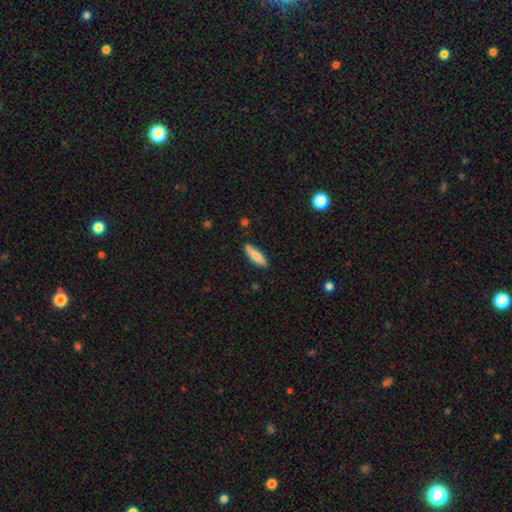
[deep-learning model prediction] Q: Smooth or featured?
A: smooth (80%); runner-up: featured or disk (14%)
Q: How rounded?
A: cigar-shaped (60%); runner-up: in between (39%)
Q: Merging?
A: none (81%); runner-up: minor disturbance (14%)